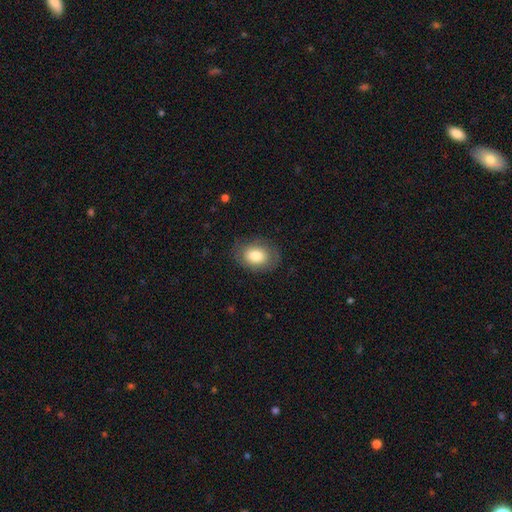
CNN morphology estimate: This is likely a smooth galaxy (78%). How rounded: likely in between (71%). Merging: likely none (78%).